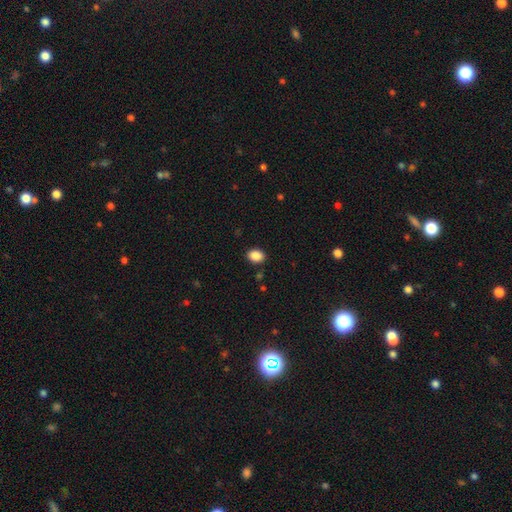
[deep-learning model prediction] This appears to be a smooth galaxy with no disk features (88%) that is in between round and cigar-shaped (68%). Merging: none (89%).